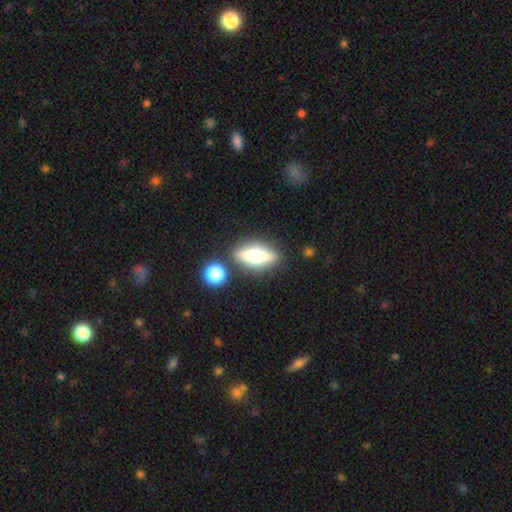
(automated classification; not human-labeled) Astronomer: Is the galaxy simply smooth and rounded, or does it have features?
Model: featured or disk — 49% (runner-up: smooth, 42%).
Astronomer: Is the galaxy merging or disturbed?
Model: none — 82%.